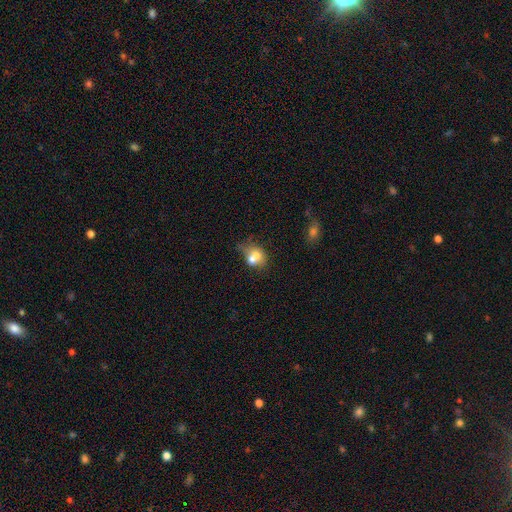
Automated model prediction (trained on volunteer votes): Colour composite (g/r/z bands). It shows a smooth galaxy with no disk features (66%) that is round (50%). Merging: merger (56%).